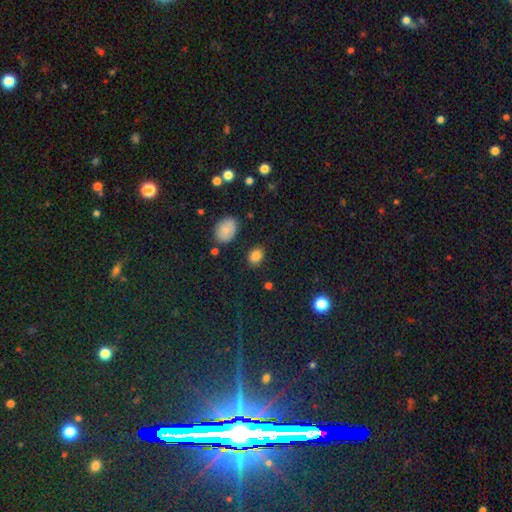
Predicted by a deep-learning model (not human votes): Smooth or featured?
  - smooth: 84% *
  - star or artifact: 12%
  - featured or disk: 4%
How rounded?
  - in between: 79% *
  - round: 20%
  - cigar-shaped: 1%
Merging?
  - none: 83% *
  - minor disturbance: 11%
  - major disturbance: 3%
  - merger: 2%